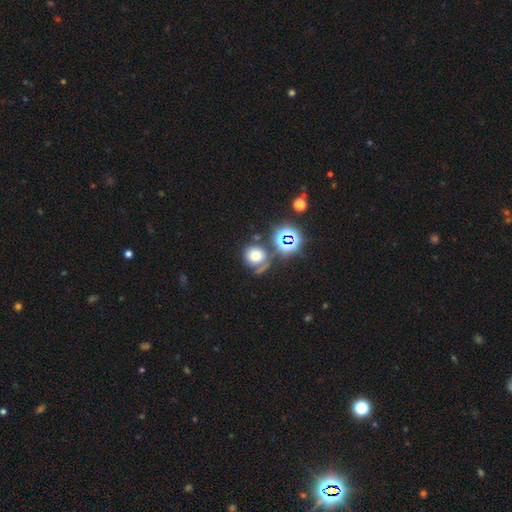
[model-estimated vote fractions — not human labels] Q: Smooth or featured?
A: smooth (65%); runner-up: star or artifact (24%)
Q: How rounded?
A: round (83%); runner-up: in between (16%)
Q: Merging?
A: none (61%); runner-up: minor disturbance (16%)